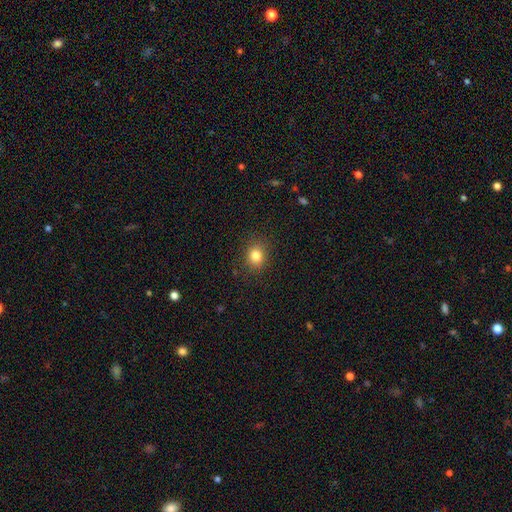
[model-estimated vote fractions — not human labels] Q: Smooth or featured?
A: smooth (82%); runner-up: star or artifact (12%)
Q: How rounded?
A: round (70%); runner-up: in between (29%)
Q: Merging?
A: none (87%); runner-up: minor disturbance (9%)